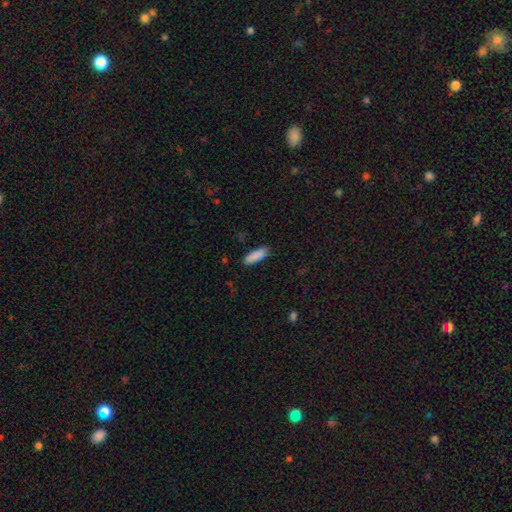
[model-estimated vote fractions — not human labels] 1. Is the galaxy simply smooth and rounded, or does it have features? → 89% smooth, 6% star or artifact, 5% featured or disk.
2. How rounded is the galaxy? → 56% in between, 42% cigar-shaped, 2% round.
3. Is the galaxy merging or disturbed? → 85% none, 11% minor disturbance, 2% major disturbance, 1% merger.